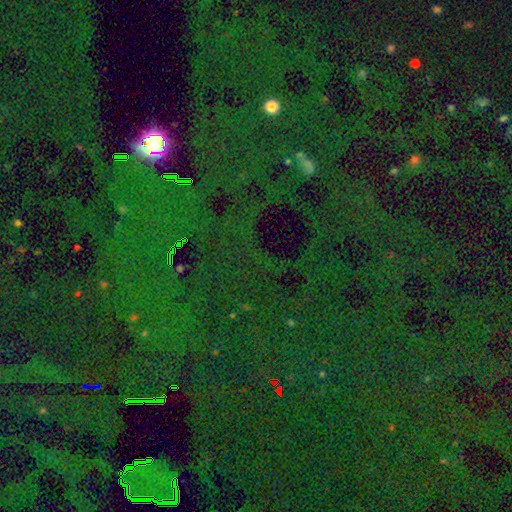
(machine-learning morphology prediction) A star or artifact, not a galaxy (82%).

Vote fractions:
- Smooth or featured? star or artifact: 82% / smooth: 11% / featured or disk: 7%